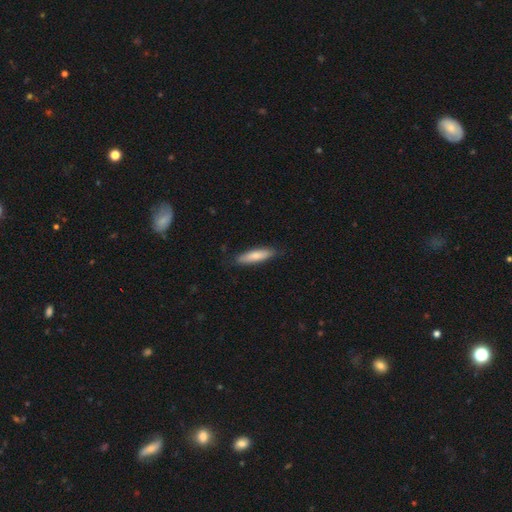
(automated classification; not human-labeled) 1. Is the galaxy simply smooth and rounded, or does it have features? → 77% smooth, 18% featured or disk, 5% star or artifact.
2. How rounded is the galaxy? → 73% cigar-shaped, 26% in between, 1% round.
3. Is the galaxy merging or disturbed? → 84% none, 13% minor disturbance, 2% major disturbance, 1% merger.